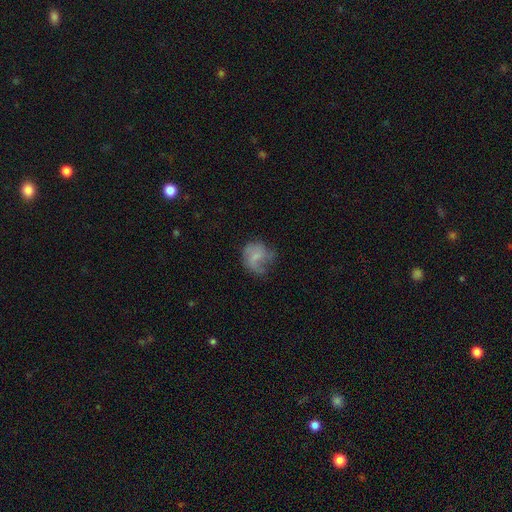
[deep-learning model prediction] Smooth or featured? smooth (52%)
How rounded? round (67%)
Merging? none (41%)